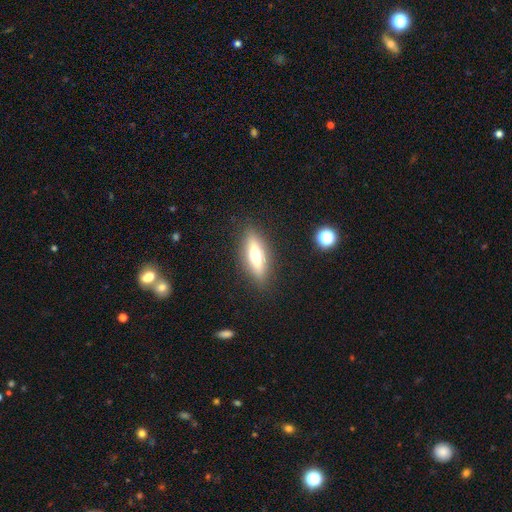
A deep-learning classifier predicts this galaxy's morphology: Smooth or featured?
  - smooth: 54% *
  - featured or disk: 38%
  - star or artifact: 8%
How rounded?
  - cigar-shaped: 53% *
  - in between: 44%
  - round: 3%
Merging?
  - none: 87% *
  - minor disturbance: 9%
  - major disturbance: 3%
  - merger: 1%